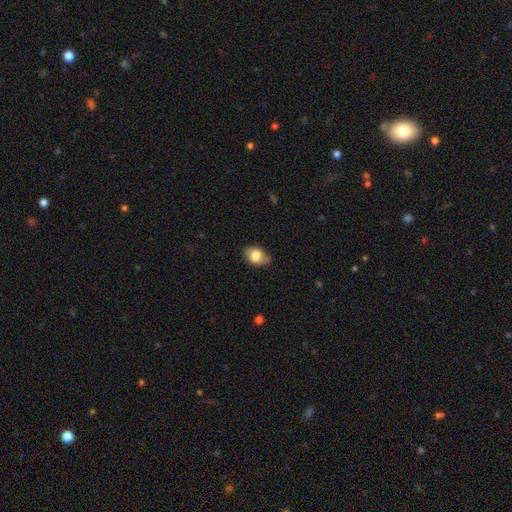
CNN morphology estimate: Smooth or featured: smooth — 77% (featured or disk — 15%)
How rounded: in between — 71% (round — 28%)
Merging: none — 57% (minor disturbance — 32%)